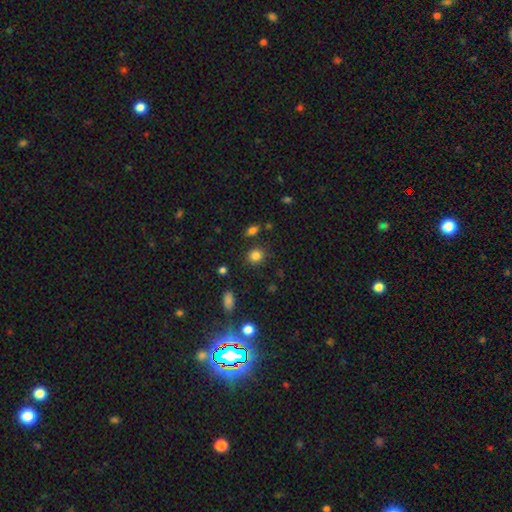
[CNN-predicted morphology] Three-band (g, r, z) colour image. It shows a smooth galaxy with no disk features (83%) that is round (79%). Merging: none (85%).